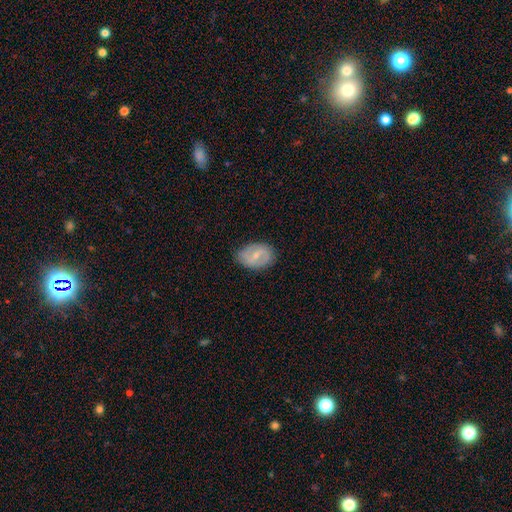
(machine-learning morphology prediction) Smooth or featured: featured or disk — 54% (smooth — 39%)
Edge-on disk: no — 95% (yes — 5%)
Bar: weak — 53% (strong — 26%)
Spiral arms: yes — 65% (no — 35%)
Bulge size: small — 60% (moderate — 34%)
Merging: none — 77% (minor disturbance — 18%)